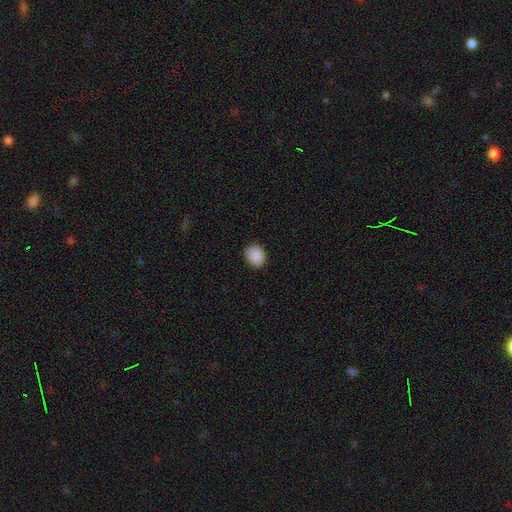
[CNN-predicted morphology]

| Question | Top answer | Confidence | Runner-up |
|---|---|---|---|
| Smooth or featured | smooth | 90% | star or artifact (8%) |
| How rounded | round | 58% | in between (41%) |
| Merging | none | 86% | minor disturbance (11%) |